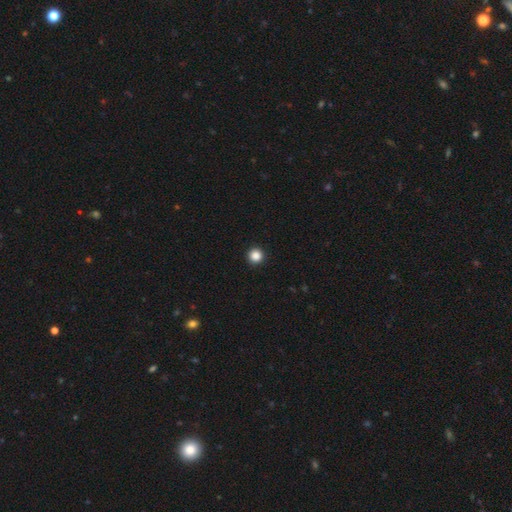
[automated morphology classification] The model was most divided on "smooth or featured": smooth: 86%, star or artifact: 11%, featured or disk: 3%. More confident: how rounded — round (96%); merging — none (94%).